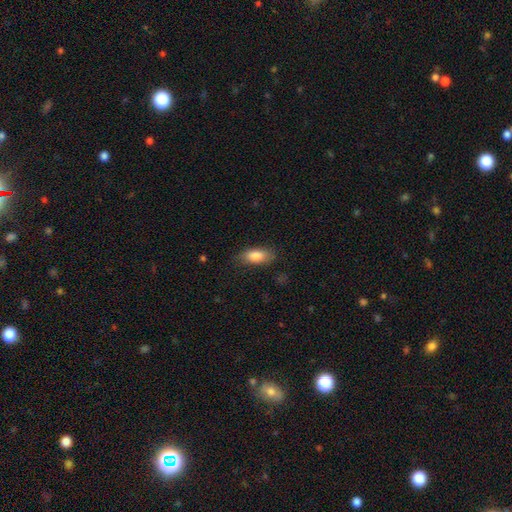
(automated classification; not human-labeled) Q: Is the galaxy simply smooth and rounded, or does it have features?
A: smooth — 84%.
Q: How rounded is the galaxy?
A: in between — 84%.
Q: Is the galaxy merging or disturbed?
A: none — 79%.